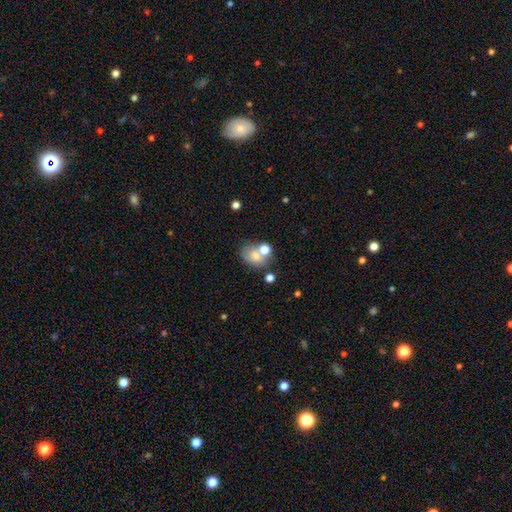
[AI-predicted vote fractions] This appears to be a smooth galaxy with no disk features (71%) that is in between round and cigar-shaped (56%). Merging: none (48%).